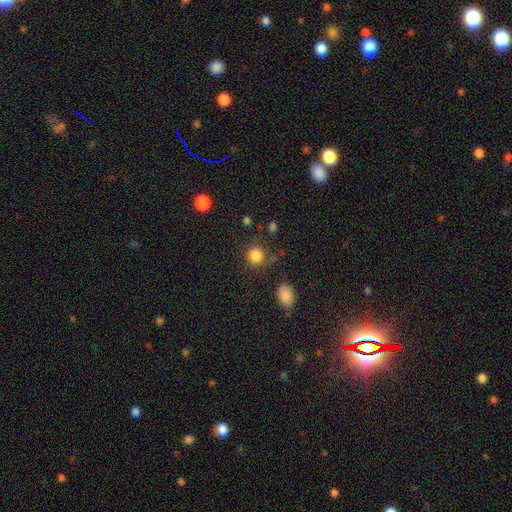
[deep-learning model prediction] Overall: smooth (84%). How rounded: round (86%). Merging: none (79%).